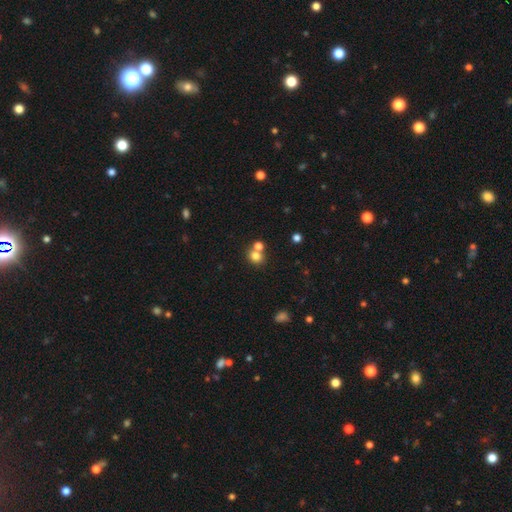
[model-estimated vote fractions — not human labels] Overall: smooth (77%). How rounded: round (77%). Merging: none (51%; merger 39%).